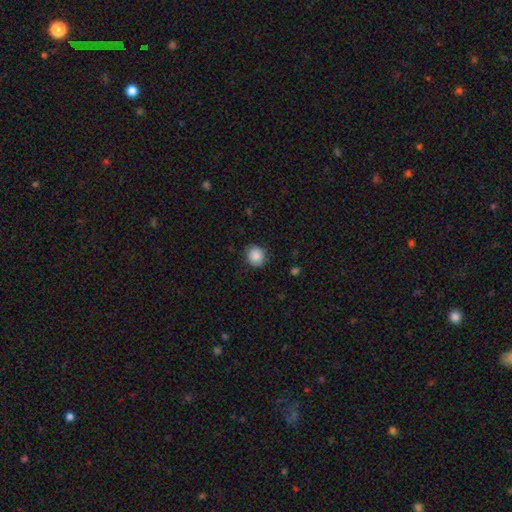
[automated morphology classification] Smooth or featured? smooth (88%)
How rounded? round (85%)
Merging? none (86%)